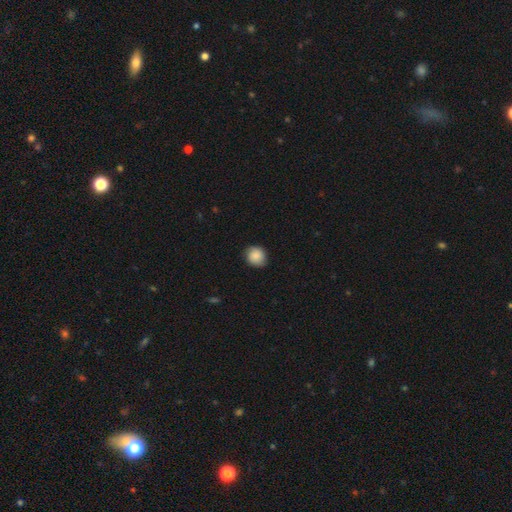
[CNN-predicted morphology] Overall: smooth (84%). How rounded: round (83%). Merging: none (84%).